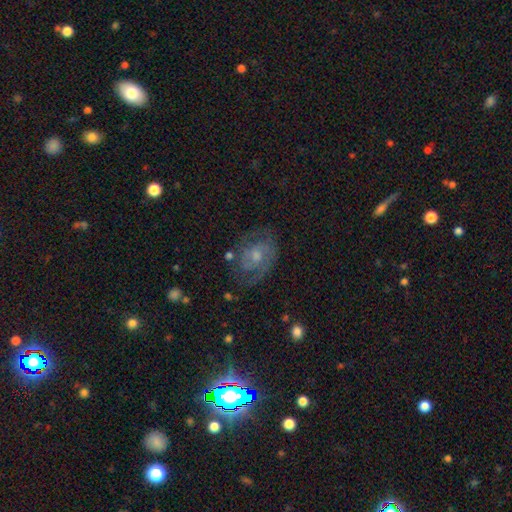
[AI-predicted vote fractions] Q: Smooth or featured?
A: featured or disk (72%); runner-up: smooth (19%)
Q: Edge-on disk?
A: no (97%); runner-up: yes (3%)
Q: Bar?
A: no (67%); runner-up: weak (29%)
Q: Spiral arms?
A: yes (83%); runner-up: no (17%)
Q: Spiral winding?
A: tight (43%); runner-up: medium (42%)
Q: Spiral arm count?
A: 2 (58%); runner-up: can't tell (23%)
Q: Bulge size?
A: small (46%); runner-up: moderate (43%)
Q: Merging?
A: none (64%); runner-up: minor disturbance (20%)